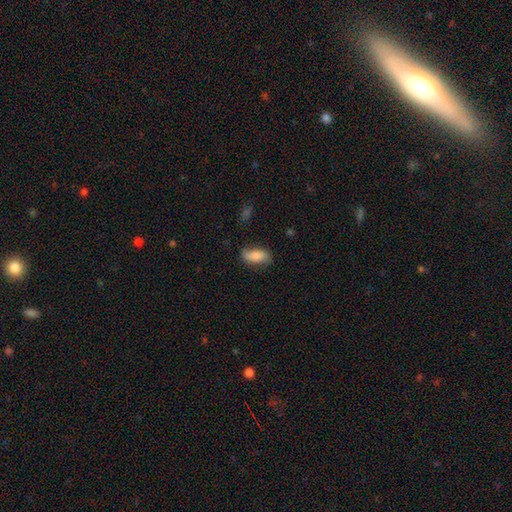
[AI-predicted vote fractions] Smooth or featured: smooth — 74% (featured or disk — 19%)
How rounded: in between — 85% (cigar-shaped — 11%)
Merging: none — 71% (minor disturbance — 21%)